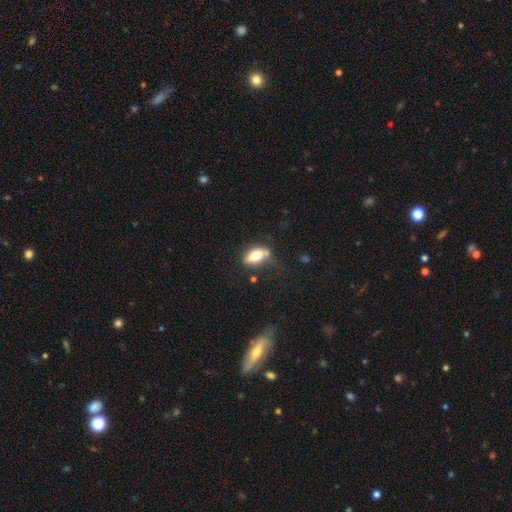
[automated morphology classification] Overall: smooth (67%). How rounded: in between (83%). Merging: none (56%; minor disturbance 24%).